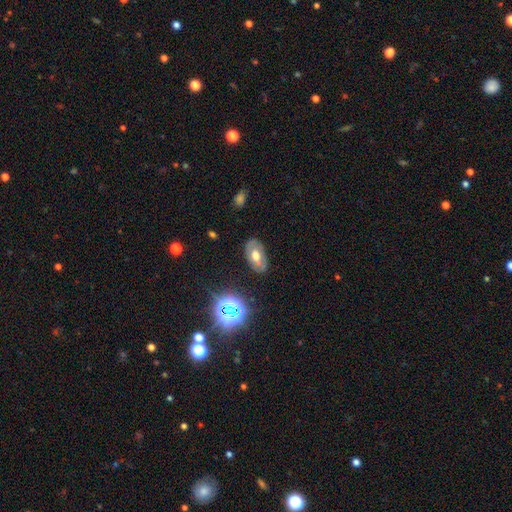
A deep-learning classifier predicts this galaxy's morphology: type=featured or disk (44%); merging=none (77%).